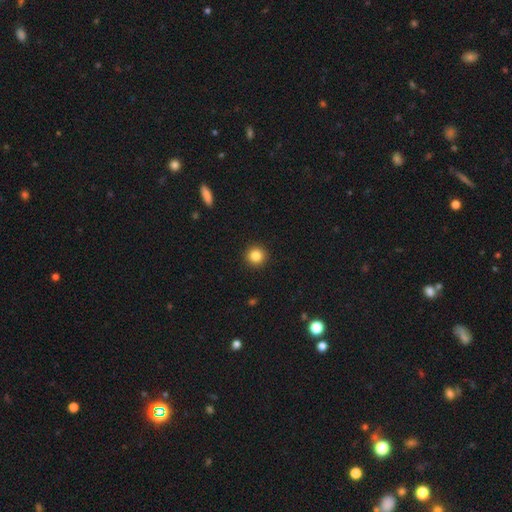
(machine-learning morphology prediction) smooth 84%, star or artifact 10%, featured or disk 5%. Down the decision tree: how rounded — round (95%); merging — none (93%).